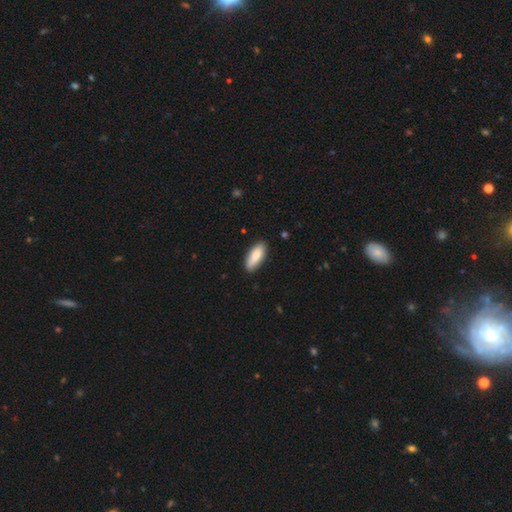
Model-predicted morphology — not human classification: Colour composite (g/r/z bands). It shows a smooth galaxy with no disk features (85%) that is in between round and cigar-shaped (73%). Merging: none (86%).